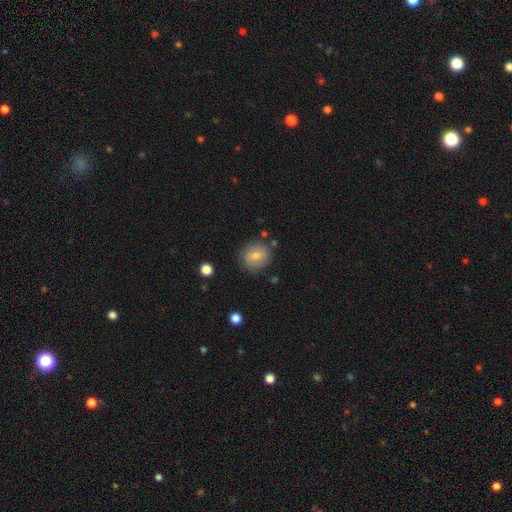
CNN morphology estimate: smooth_or_featured: smooth (p=0.75) [alt: featured or disk p=0.16]
how_rounded: round (p=0.84) [alt: in between p=0.15]
merging: none (p=0.81) [alt: minor disturbance p=0.13]